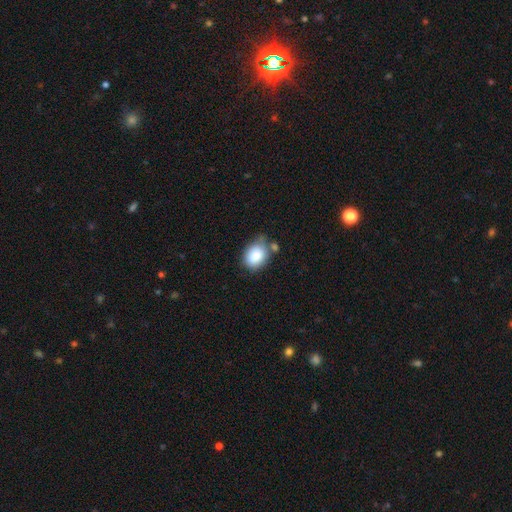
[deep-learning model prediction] smooth 86%, star or artifact 8%, featured or disk 6%. Down the decision tree: how rounded — in between (66%); merging — none (52%).